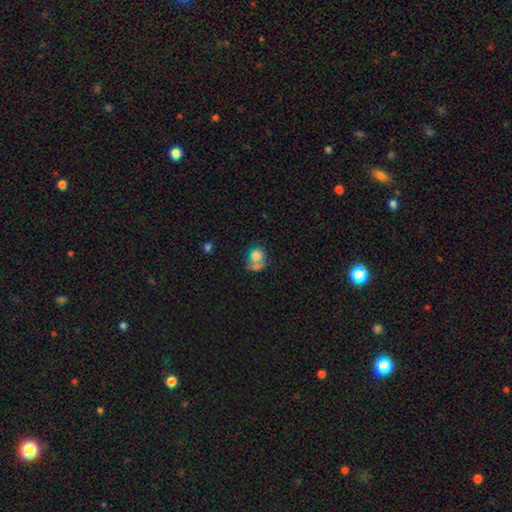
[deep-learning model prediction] smooth 69%, featured or disk 19%, star or artifact 13%. Down the decision tree: how rounded — round (62%); merging — merger (48%).